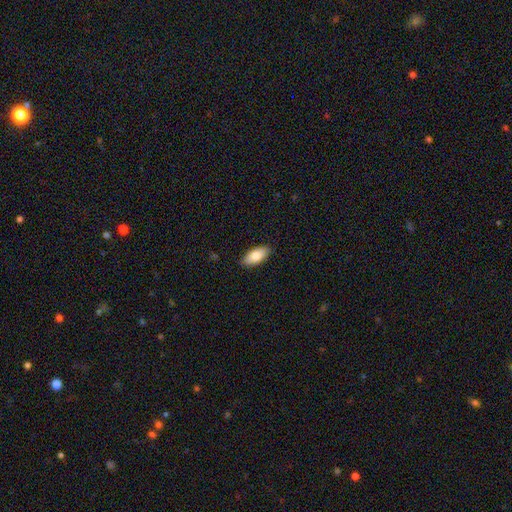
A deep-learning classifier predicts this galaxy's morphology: type=smooth (82%); roundness=in between (90%); merging=none (88%).